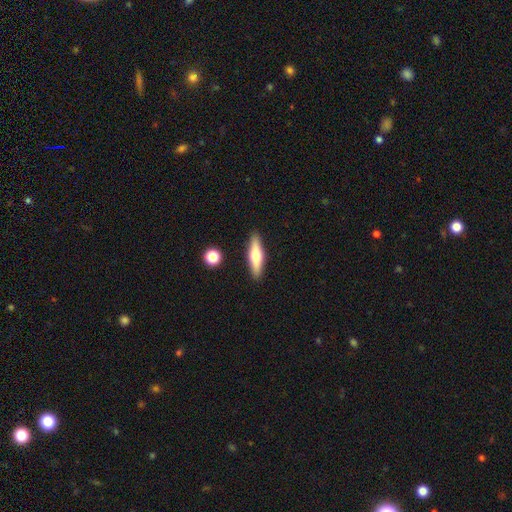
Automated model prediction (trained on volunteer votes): Smooth or featured? smooth (54%)
How rounded? cigar-shaped (67%)
Merging? none (89%)